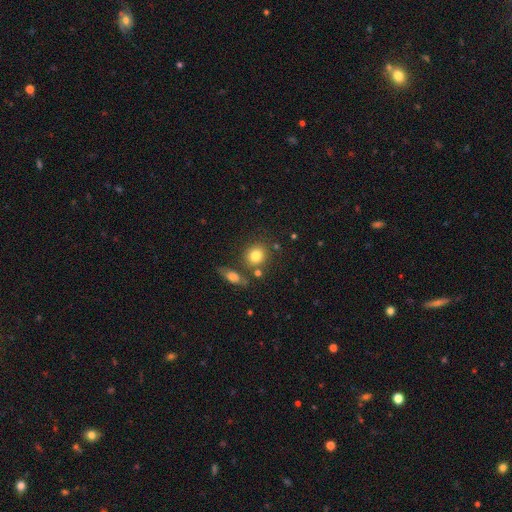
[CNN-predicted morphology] Overall: smooth (81%). How rounded: round (80%). Merging: none (74%).